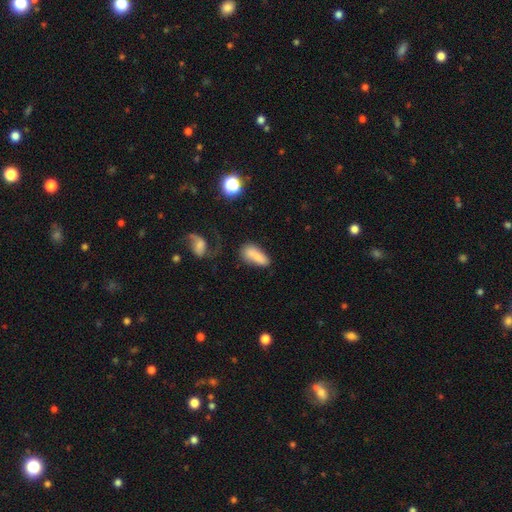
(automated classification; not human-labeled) smooth-or-featured: smooth: 77% | featured or disk: 14% | star or artifact: 8%
  how-rounded: in between: 76% | cigar-shaped: 21% | round: 4%
  merging: none: 47% | minor disturbance: 23% | merger: 15% | major disturbance: 14%